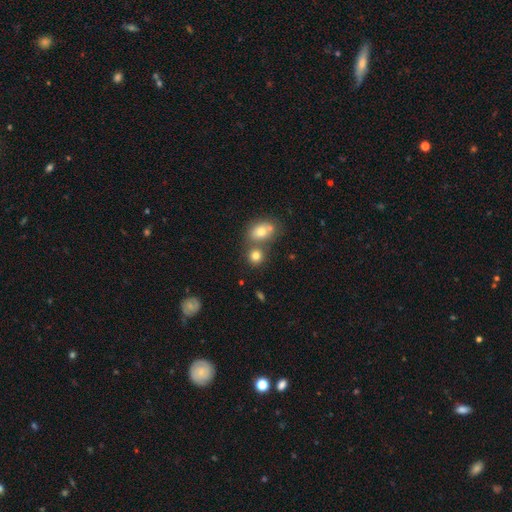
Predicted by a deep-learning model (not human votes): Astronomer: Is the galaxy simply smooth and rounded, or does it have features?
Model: smooth — 78%.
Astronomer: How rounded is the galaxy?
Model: round — 77%.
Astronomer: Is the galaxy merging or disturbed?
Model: none — 53% (runner-up: merger, 34%).